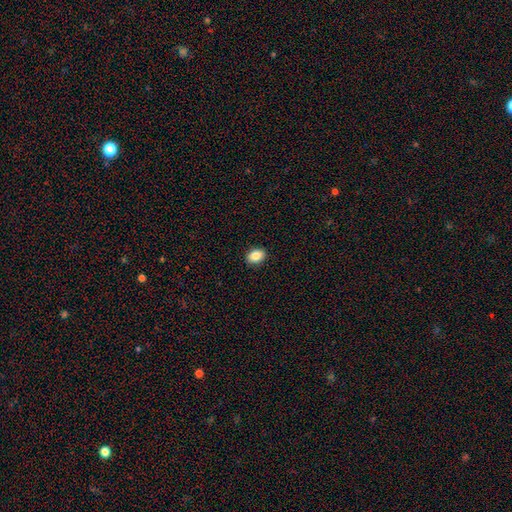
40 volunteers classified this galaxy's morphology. type=smooth (90%); roundness=in between (67%); merging=none (92%).